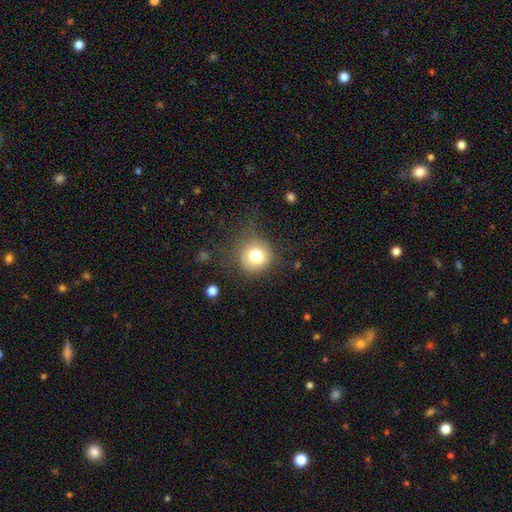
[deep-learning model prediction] Q: Smooth or featured?
A: smooth (77%); runner-up: star or artifact (12%)
Q: How rounded?
A: round (91%); runner-up: in between (8%)
Q: Merging?
A: none (69%); runner-up: minor disturbance (19%)